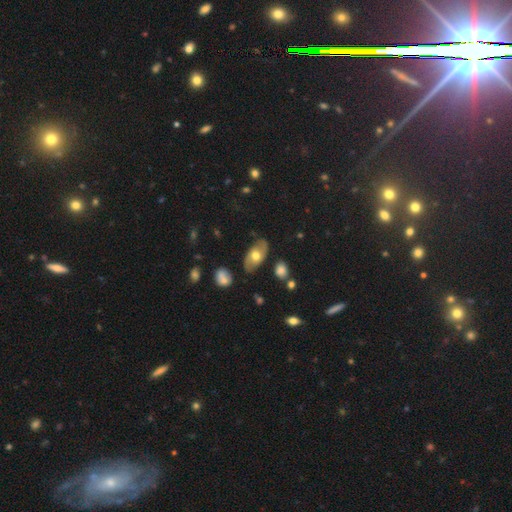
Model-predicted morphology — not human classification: type=featured or disk (51%); edge-on=no (88%); merging=none (74%).